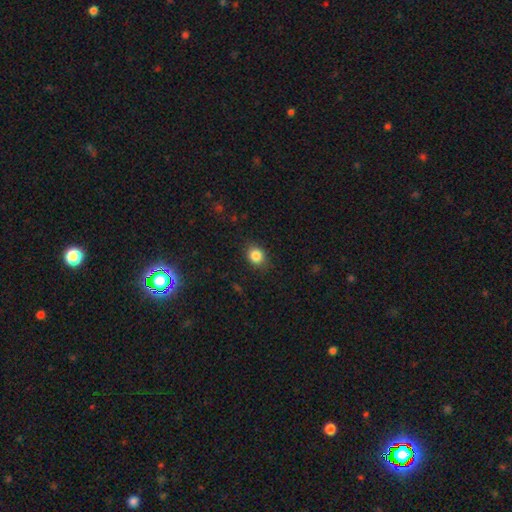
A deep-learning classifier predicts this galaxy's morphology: The model was most divided on "how rounded": round: 61%, in between: 38%, cigar-shaped: 1%. More confident: smooth or featured — smooth (86%); merging — none (83%).